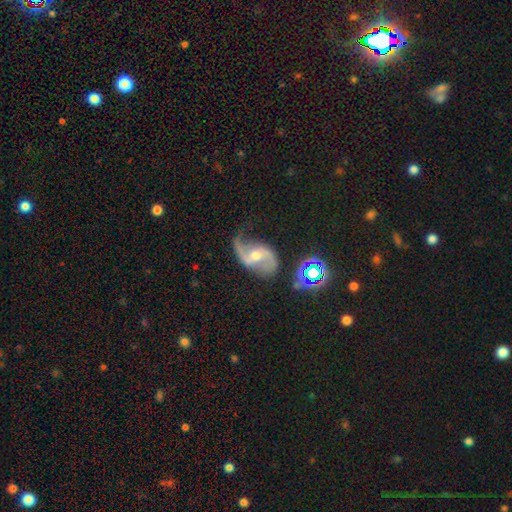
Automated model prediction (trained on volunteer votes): Q: Smooth or featured?
A: featured or disk (86%); runner-up: star or artifact (8%)
Q: Edge-on disk?
A: no (97%); runner-up: yes (3%)
Q: Bar?
A: no (46%); runner-up: weak (39%)
Q: Spiral arms?
A: yes (96%); runner-up: no (4%)
Q: Spiral winding?
A: loose (67%); runner-up: medium (26%)
Q: Spiral arm count?
A: 2 (90%); runner-up: 1 (5%)
Q: Bulge size?
A: moderate (56%); runner-up: small (38%)
Q: Merging?
A: none (63%); runner-up: minor disturbance (21%)